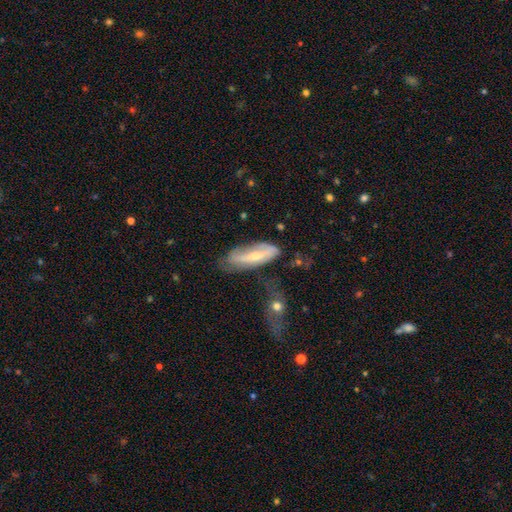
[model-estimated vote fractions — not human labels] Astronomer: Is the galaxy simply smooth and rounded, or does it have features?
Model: featured or disk — 62%.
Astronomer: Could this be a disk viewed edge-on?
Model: no — 75%.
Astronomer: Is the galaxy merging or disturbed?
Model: none — 52% (runner-up: minor disturbance, 27%).